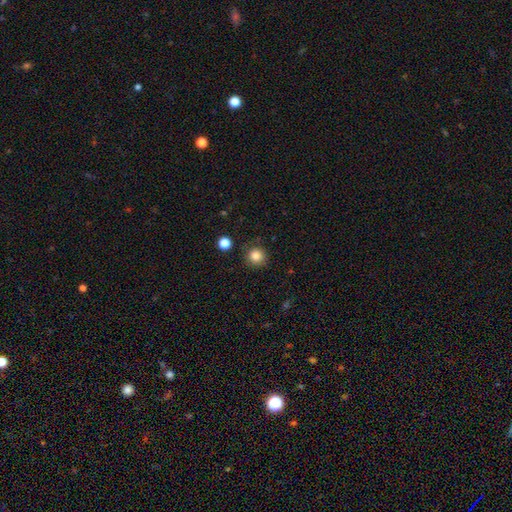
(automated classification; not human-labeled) Smooth or featured?
  - smooth: 84% *
  - star or artifact: 11%
  - featured or disk: 5%
How rounded?
  - round: 94% *
  - in between: 5%
  - cigar-shaped: 1%
Merging?
  - none: 87% *
  - minor disturbance: 9%
  - major disturbance: 3%
  - merger: 2%